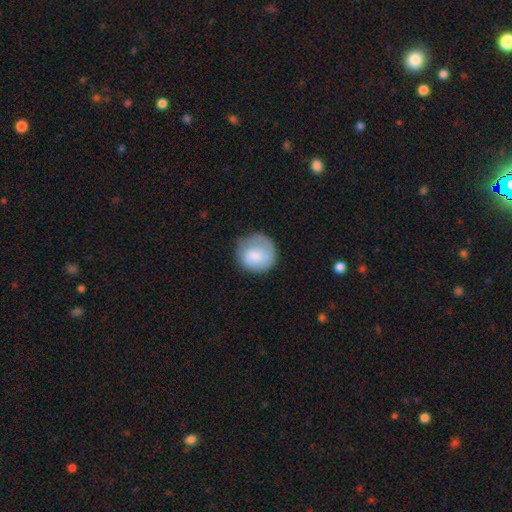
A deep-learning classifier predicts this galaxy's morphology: This appears to be a smooth galaxy with no disk features (74%) that is round (90%). Merging: none (65%).